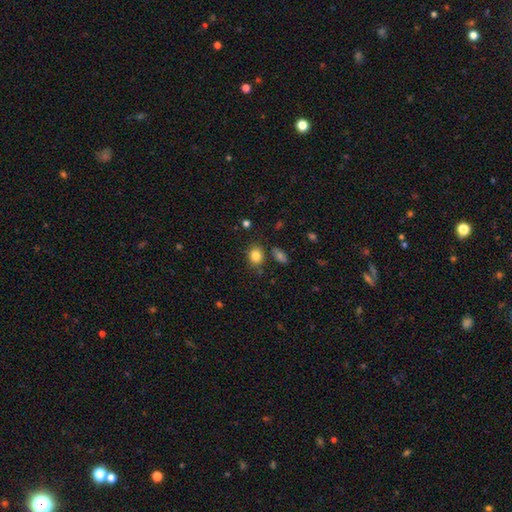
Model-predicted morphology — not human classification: This appears to be a smooth galaxy with no disk features (84%) that is round (51%). Merging: none (80%).